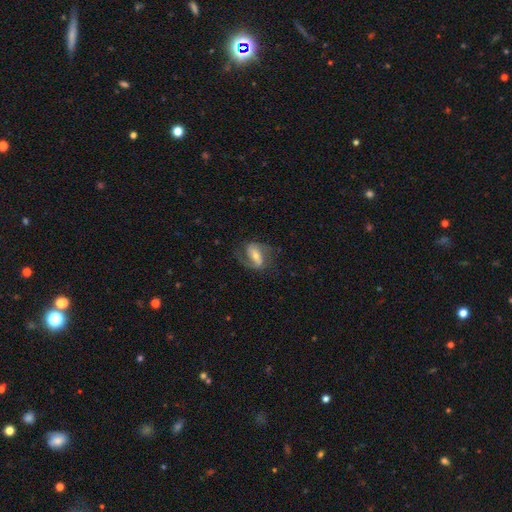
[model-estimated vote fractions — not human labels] featured or disk 81%, smooth 13%, star or artifact 7%. Down the decision tree: edge-on disk — no (96%); bar — strong (41%); spiral arms — yes (93%); spiral arm count — 2 (81%); spiral winding — medium (48%); bulge size — moderate (51%); merging — none (68%).